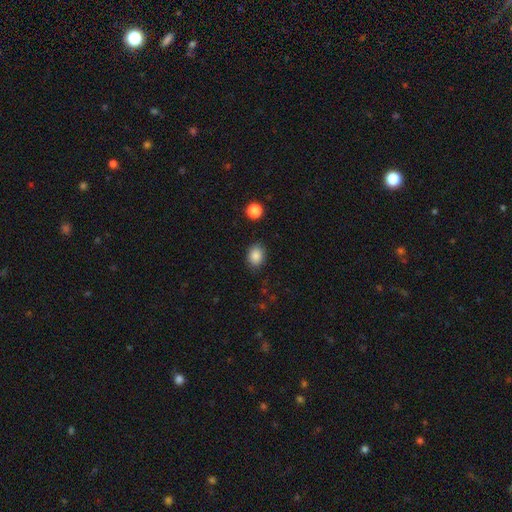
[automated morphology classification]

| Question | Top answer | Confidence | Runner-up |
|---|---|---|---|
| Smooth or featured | smooth | 86% | star or artifact (9%) |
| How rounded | in between | 60% | round (39%) |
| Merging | none | 84% | minor disturbance (11%) |